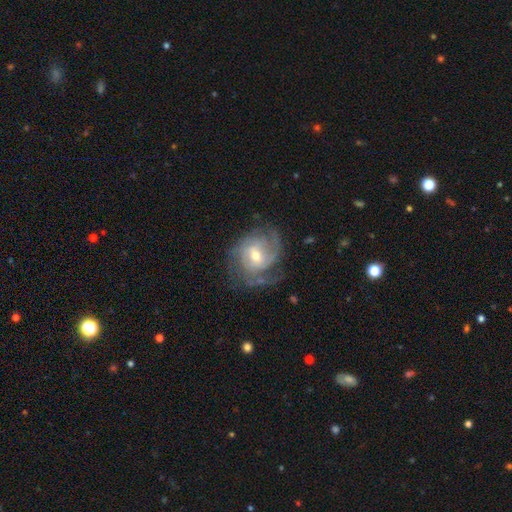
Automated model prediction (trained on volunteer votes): Smooth or featured? featured or disk (81%)
Edge-on disk? no (97%)
Bar? no (45%)
Spiral arms? yes (93%)
Spiral winding? tight (47%)
Spiral arm count? can't tell (30%)
Bulge size? moderate (56%)
Merging? none (61%)